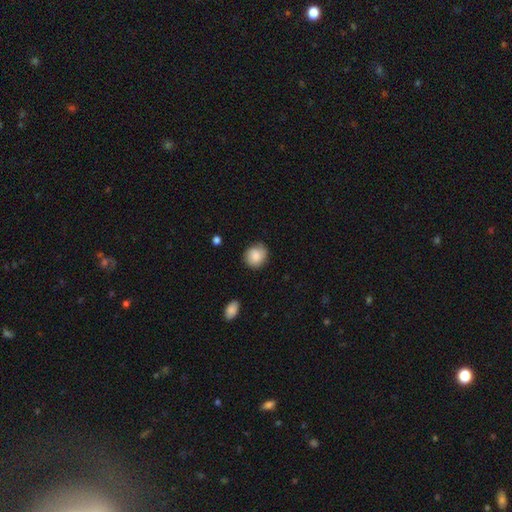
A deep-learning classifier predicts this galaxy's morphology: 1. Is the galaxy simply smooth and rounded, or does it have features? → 83% smooth, 10% featured or disk, 7% star or artifact.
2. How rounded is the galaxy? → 77% round, 22% in between, 1% cigar-shaped.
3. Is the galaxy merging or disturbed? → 72% none, 22% minor disturbance, 4% major disturbance, 2% merger.